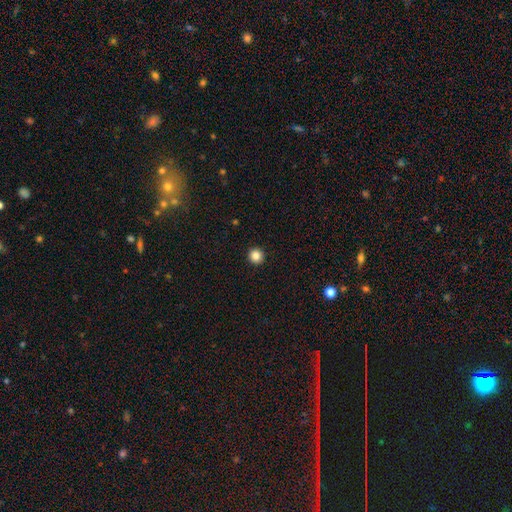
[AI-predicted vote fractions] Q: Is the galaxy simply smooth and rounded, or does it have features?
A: smooth — 85%.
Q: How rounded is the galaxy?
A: round — 96%.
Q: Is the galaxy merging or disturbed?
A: none — 94%.